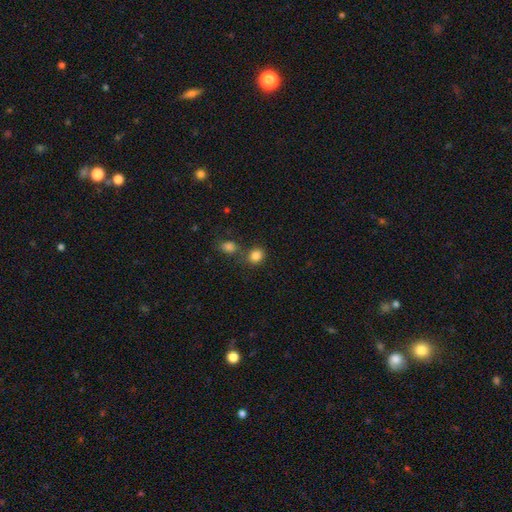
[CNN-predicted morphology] Smooth or featured? Predicted: smooth (p=0.85). How rounded? Predicted: round (p=0.65). Merging? Predicted: none (p=0.65).